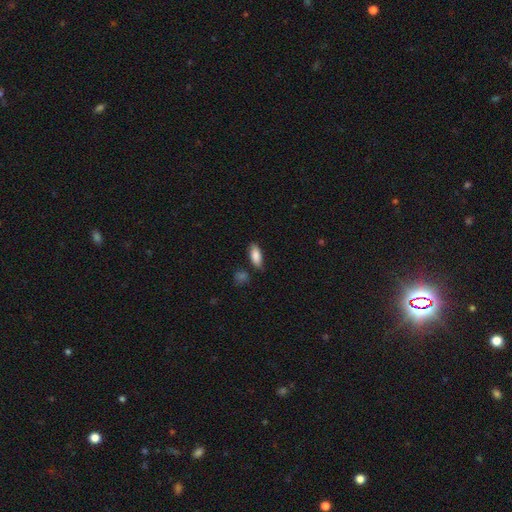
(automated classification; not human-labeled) Smooth or featured? smooth (86%)
How rounded? in between (82%)
Merging? none (79%)